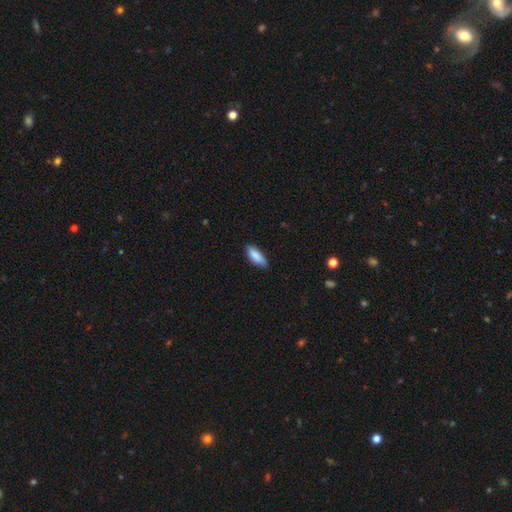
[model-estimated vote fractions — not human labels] Morphology: type=smooth (86%); roundness=in between (72%); merging=none (79%).